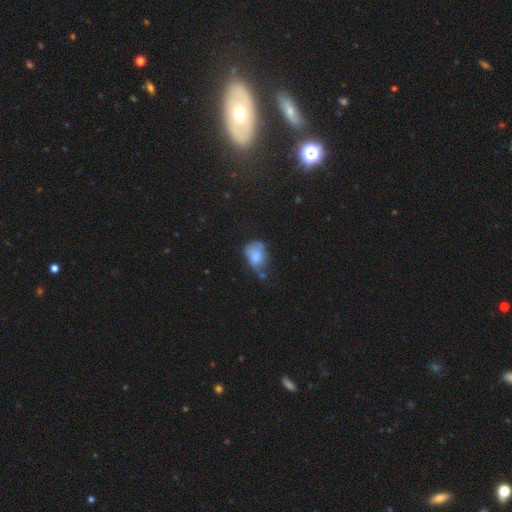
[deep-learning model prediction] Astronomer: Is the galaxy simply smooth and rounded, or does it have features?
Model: smooth — 70%.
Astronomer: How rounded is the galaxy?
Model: in between — 70%.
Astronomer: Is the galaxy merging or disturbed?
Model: minor disturbance — 37% (runner-up: none, 31%).